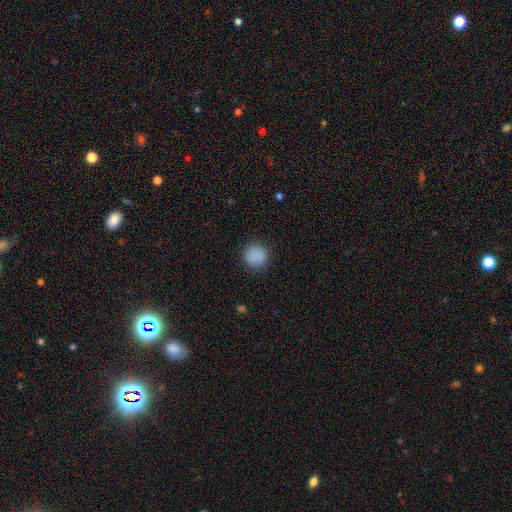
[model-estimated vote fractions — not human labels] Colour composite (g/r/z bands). It shows a smooth galaxy with no disk features (87%) that is round (93%). Merging: none (88%).